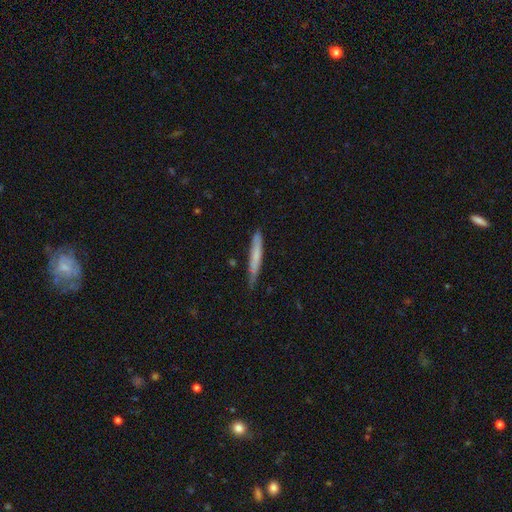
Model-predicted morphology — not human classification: type=smooth (64%); roundness=cigar-shaped (96%); merging=none (74%).